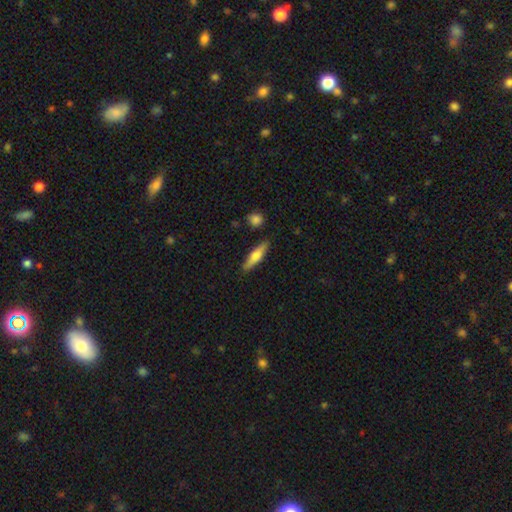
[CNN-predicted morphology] Smooth or featured: smooth — 58% (featured or disk — 36%)
How rounded: cigar-shaped — 70% (in between — 28%)
Merging: none — 85% (minor disturbance — 10%)